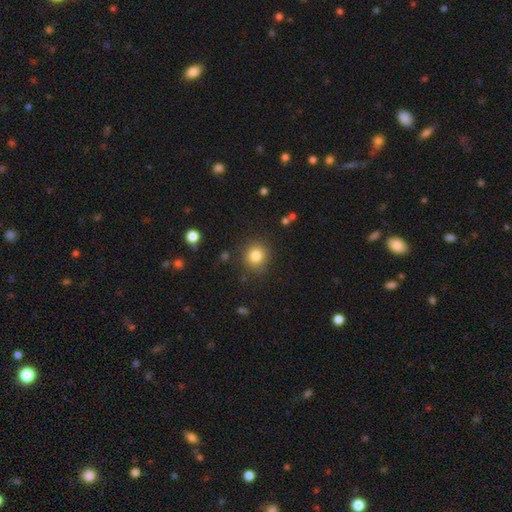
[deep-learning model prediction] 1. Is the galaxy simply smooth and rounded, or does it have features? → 82% smooth, 11% star or artifact, 7% featured or disk.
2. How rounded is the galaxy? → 89% round, 10% in between, 1% cigar-shaped.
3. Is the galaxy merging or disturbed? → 87% none, 8% minor disturbance, 3% major disturbance, 2% merger.